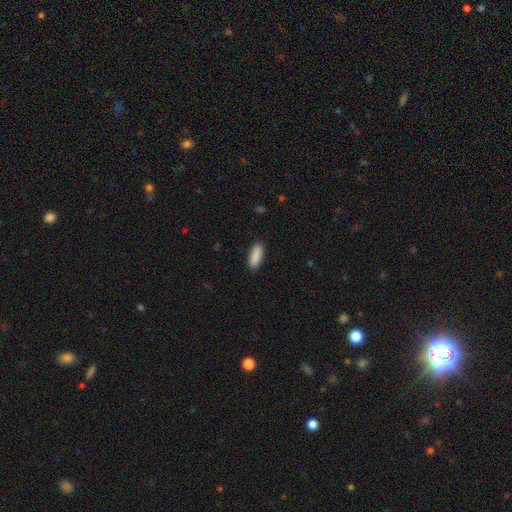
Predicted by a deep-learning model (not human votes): A smooth galaxy with no disk features (90%) that is in between round and cigar-shaped (65%).

Vote fractions:
- Smooth or featured? smooth: 90% / star or artifact: 6% / featured or disk: 4%
- How rounded? in between: 65% / cigar-shaped: 33% / round: 2%
- Merging? none: 90% / minor disturbance: 7% / major disturbance: 2% / merger: 1%